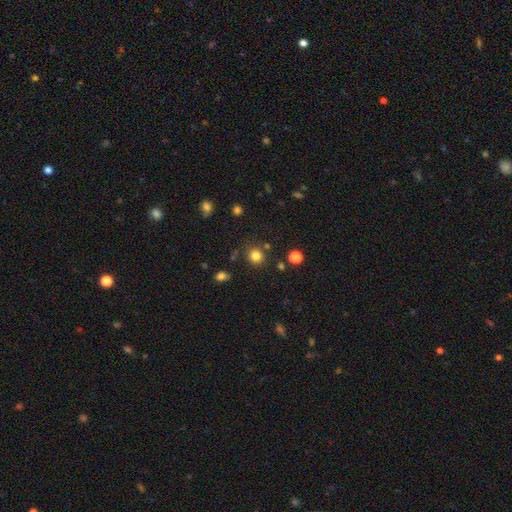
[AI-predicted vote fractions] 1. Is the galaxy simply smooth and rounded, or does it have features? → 82% smooth, 13% star or artifact, 5% featured or disk.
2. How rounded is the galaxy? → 87% round, 12% in between, 1% cigar-shaped.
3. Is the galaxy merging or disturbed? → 83% none, 9% minor disturbance, 5% merger, 3% major disturbance.